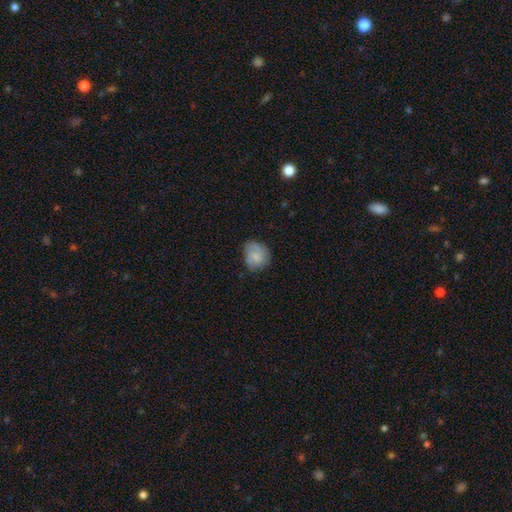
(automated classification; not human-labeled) Smooth or featured? Predicted: smooth (p=0.69). How rounded? Predicted: round (p=0.69). Merging? Predicted: none (p=0.64).